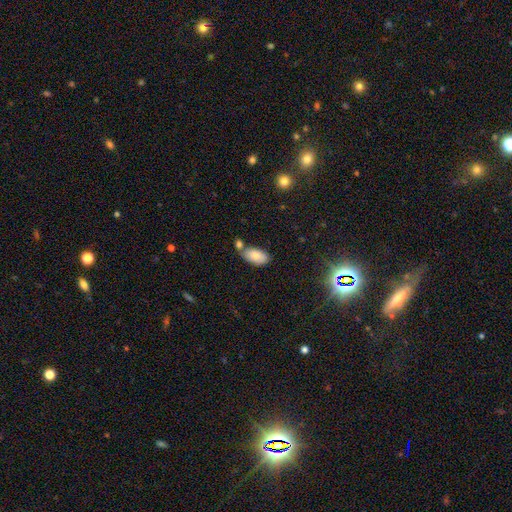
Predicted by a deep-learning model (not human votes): Overall: smooth (83%). How rounded: in between (94%). Merging: none (61%).